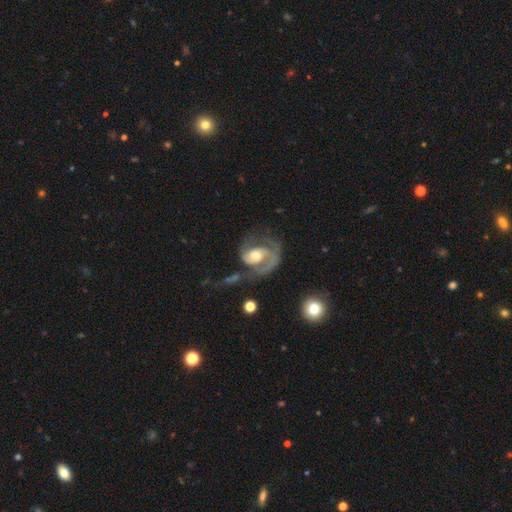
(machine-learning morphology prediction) smooth-or-featured: featured or disk: 83% | smooth: 12% | star or artifact: 5%
  disk-edge-on: no: 97% | yes: 3%
    bar: no: 54% | weak: 35% | strong: 12%
    has-spiral-arms: yes: 91% | no: 9%
      spiral-winding: medium: 45% | tight: 33% | loose: 22%
      spiral-arm-count: 2: 49% | 1: 37% | can't tell: 8% | 3: 3% | 4: 1% | more than 4: 1%
    bulge-size: moderate: 66% | small: 17% | large: 15% | none: 2% | dominant: 1%
  merging: major disturbance: 37% (tied) | none: 37% (tied) | minor disturbance: 17% | merger: 9%